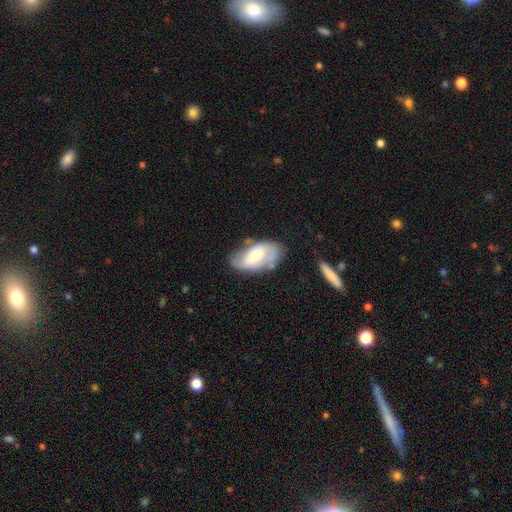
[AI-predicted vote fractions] Morphology: type=featured or disk (56%); edge-on=no (93%); bar=no (43%); spiral arms=yes (68%); bulge=moderate (56%); merging=none (57%).